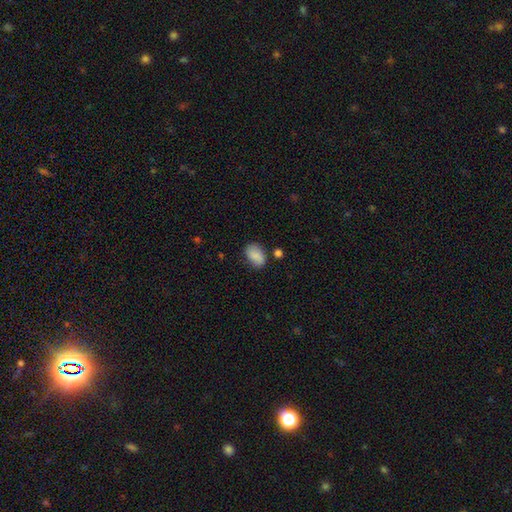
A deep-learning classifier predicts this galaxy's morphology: A smooth galaxy with no disk features (85%) that is in between round and cigar-shaped (87%). Merging: none (71%).